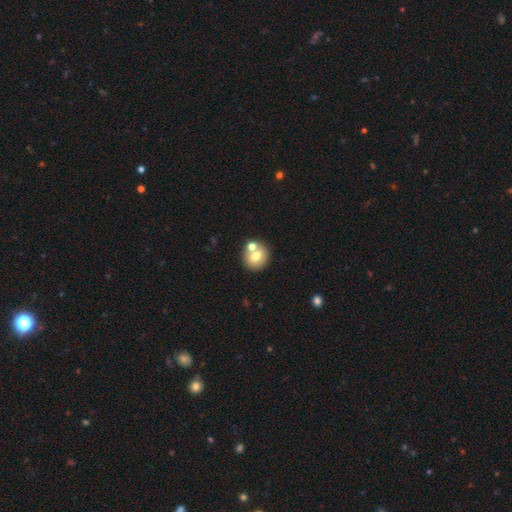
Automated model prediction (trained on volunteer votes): Morphology: type=smooth (70%); roundness=round (81%); merging=none (63%).